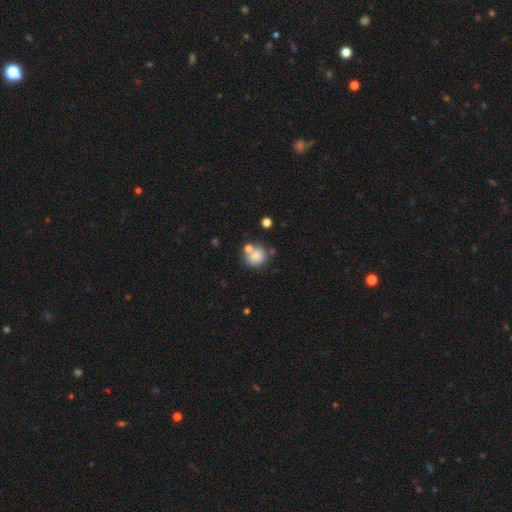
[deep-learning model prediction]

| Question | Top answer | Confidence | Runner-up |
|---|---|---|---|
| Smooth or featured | smooth | 78% | featured or disk (12%) |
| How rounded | round | 85% | in between (14%) |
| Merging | none | 57% | merger (25%) |